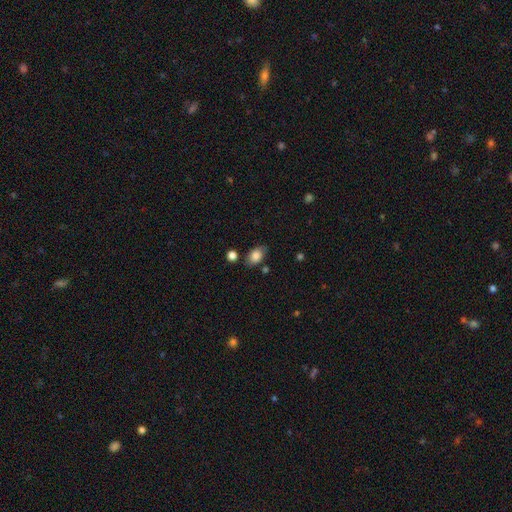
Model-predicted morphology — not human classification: Smooth or featured?
  - smooth: 82% *
  - featured or disk: 10%
  - star or artifact: 8%
How rounded?
  - in between: 85% *
  - round: 13%
  - cigar-shaped: 2%
Merging?
  - none: 74% *
  - minor disturbance: 17%
  - merger: 5%
  - major disturbance: 4%